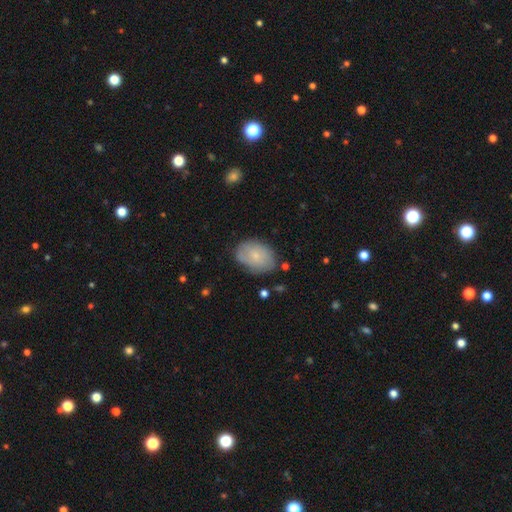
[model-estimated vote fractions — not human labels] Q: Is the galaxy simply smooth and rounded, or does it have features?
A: smooth — 71%.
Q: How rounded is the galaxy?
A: in between — 78%.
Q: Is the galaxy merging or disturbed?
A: none — 74%.